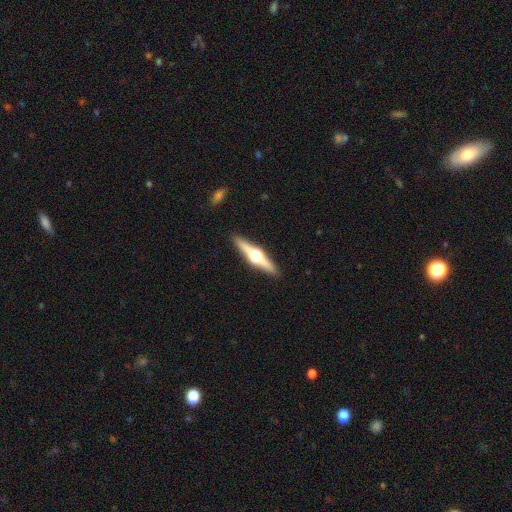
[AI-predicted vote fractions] A featured or disk galaxy (76%) viewed edge-on (98%) with a rounded central bulge (96%).

Vote fractions:
- Smooth or featured? featured or disk: 76% / smooth: 19% / star or artifact: 5%
- Edge-on disk? yes: 98% / no: 2%
- Edge-on bulge? rounded: 96% / boxy: 3% / none: 1%
- Merging? none: 91% / minor disturbance: 6% / major disturbance: 1% / merger: 1%